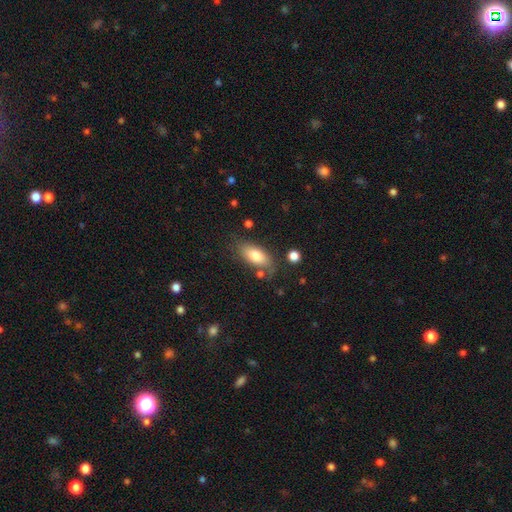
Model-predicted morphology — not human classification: smooth 77%, featured or disk 16%, star or artifact 7%. Down the decision tree: how rounded — in between (86%); merging — none (69%).